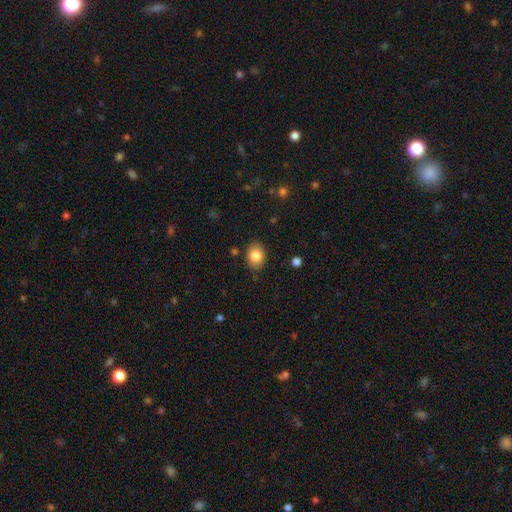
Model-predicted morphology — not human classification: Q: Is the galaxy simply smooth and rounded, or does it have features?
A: smooth — 83%.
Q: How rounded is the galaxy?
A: in between — 63%.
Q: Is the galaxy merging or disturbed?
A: none — 86%.